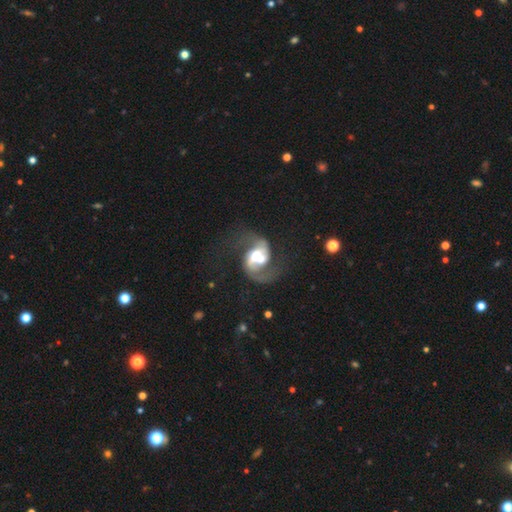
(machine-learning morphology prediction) featured or disk 82%, smooth 12%, star or artifact 6%. Down the decision tree: edge-on disk — no (97%); bar — no (42%); spiral arms — yes (91%); spiral arm count — 2 (85%); spiral winding — loose (53%); bulge size — moderate (61%); merging — merger (46%).